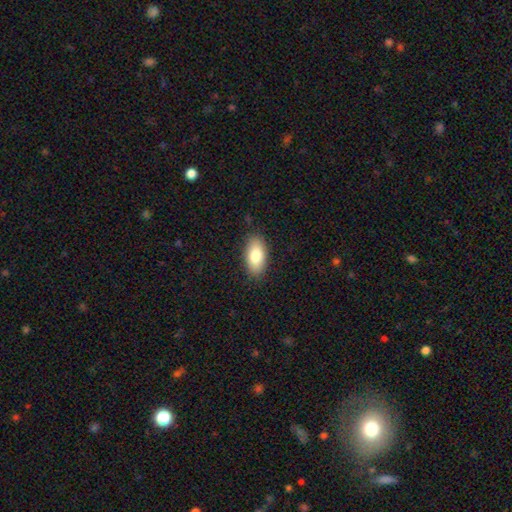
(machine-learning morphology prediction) This is clearly a smooth galaxy (81%). How rounded: clearly in between (91%). Merging: clearly none (87%).